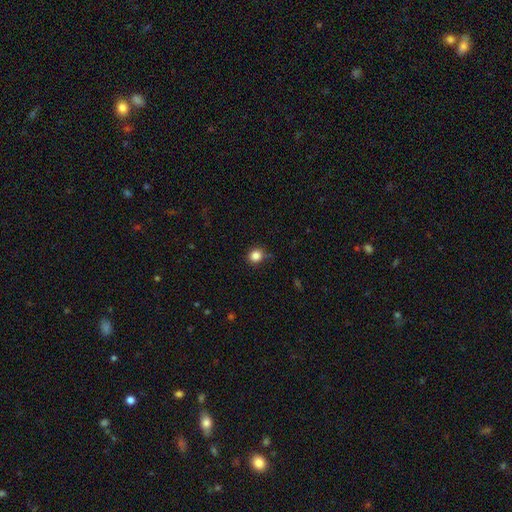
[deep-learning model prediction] Smooth or featured? Predicted: smooth (p=0.84). How rounded? Predicted: round (p=0.85). Merging? Predicted: none (p=0.82).